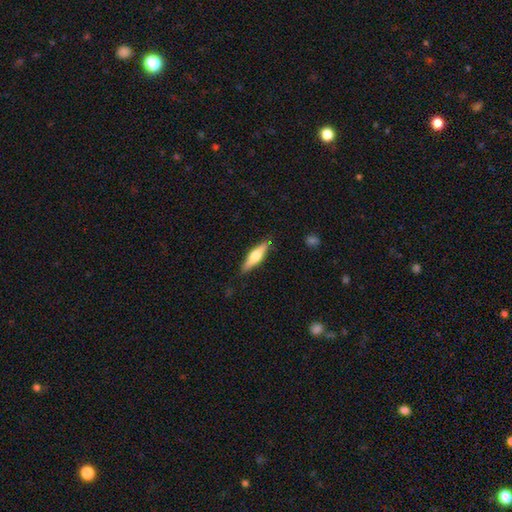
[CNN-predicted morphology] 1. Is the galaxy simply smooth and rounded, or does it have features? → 51% featured or disk, 44% smooth, 6% star or artifact.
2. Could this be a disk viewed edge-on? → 95% yes, 5% no.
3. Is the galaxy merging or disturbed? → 85% none, 11% minor disturbance, 2% major disturbance, 2% merger.